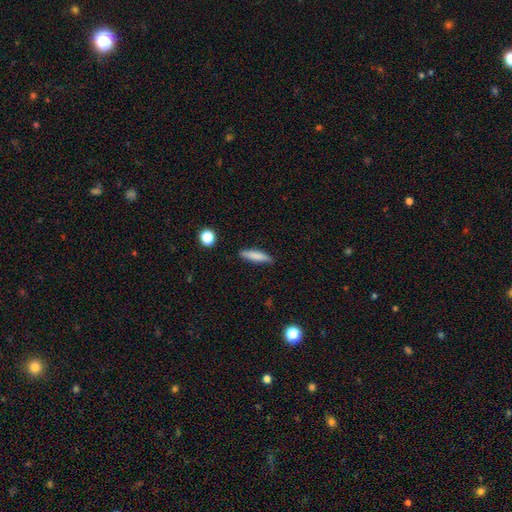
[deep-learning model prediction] This appears to be a smooth galaxy with no disk features (80%) that is cigar-shaped (78%). Merging: none (83%).